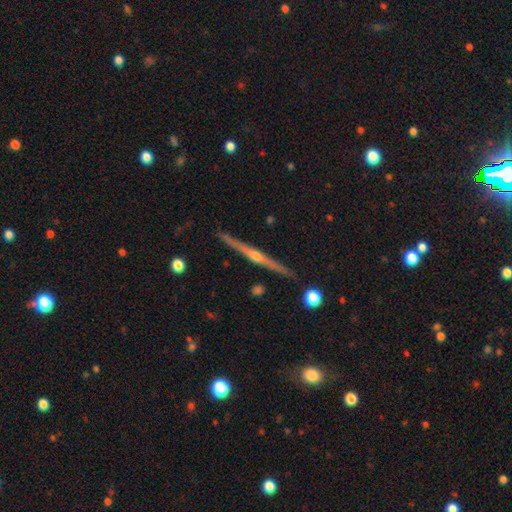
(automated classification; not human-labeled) Q: Smooth or featured?
A: featured or disk (86%); runner-up: smooth (9%)
Q: Edge-on disk?
A: yes (98%); runner-up: no (2%)
Q: Edge-on bulge?
A: rounded (89%); runner-up: none (6%)
Q: Merging?
A: none (91%); runner-up: minor disturbance (6%)